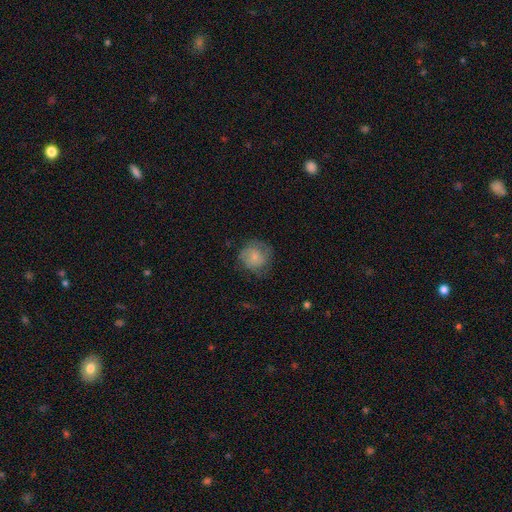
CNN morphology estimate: Smooth or featured?
  - smooth: 44% *
  - featured or disk: 43%
  - star or artifact: 13%
Merging?
  - none: 76% *
  - minor disturbance: 16%
  - major disturbance: 7%
  - merger: 1%